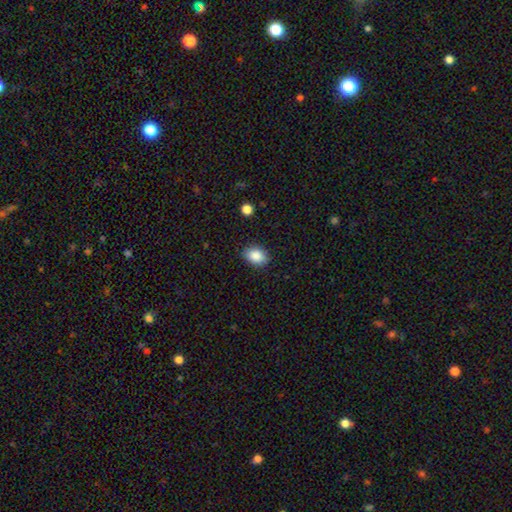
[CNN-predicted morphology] Smooth or featured?
  - smooth: 87% *
  - star or artifact: 8%
  - featured or disk: 5%
How rounded?
  - in between: 74% *
  - round: 25%
  - cigar-shaped: 1%
Merging?
  - none: 86% *
  - minor disturbance: 10%
  - major disturbance: 2%
  - merger: 1%